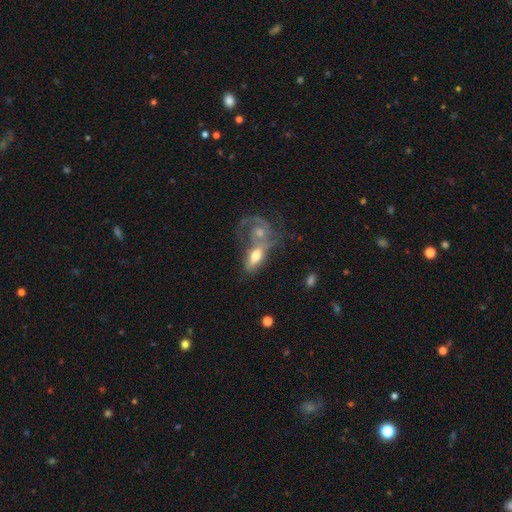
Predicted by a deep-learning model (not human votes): This is possibly a featured or disk galaxy (50%). Merging: possibly merger (58%).